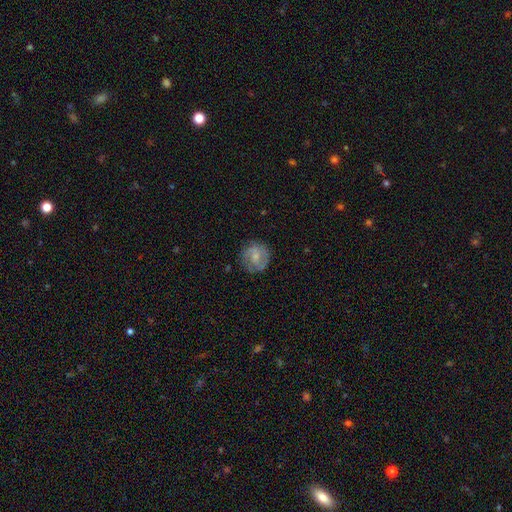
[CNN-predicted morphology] smooth-or-featured: smooth: 49% | featured or disk: 44% | star or artifact: 7%
  merging: none: 75% | minor disturbance: 17% | major disturbance: 7% | merger: 1%